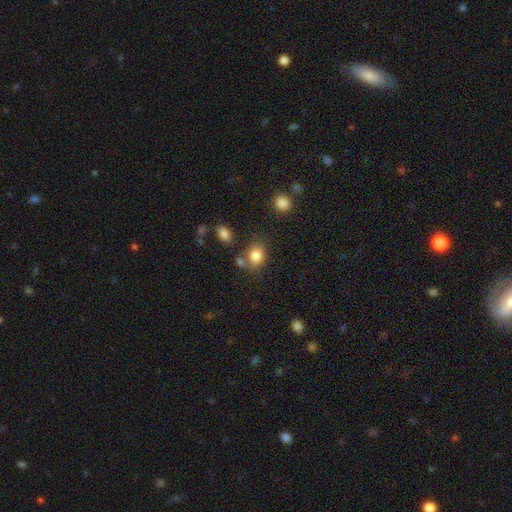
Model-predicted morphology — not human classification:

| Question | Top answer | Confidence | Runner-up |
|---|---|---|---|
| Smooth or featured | smooth | 83% | star or artifact (10%) |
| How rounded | round | 50% | in between (49%) |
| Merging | none | 61% | merger (17%) |